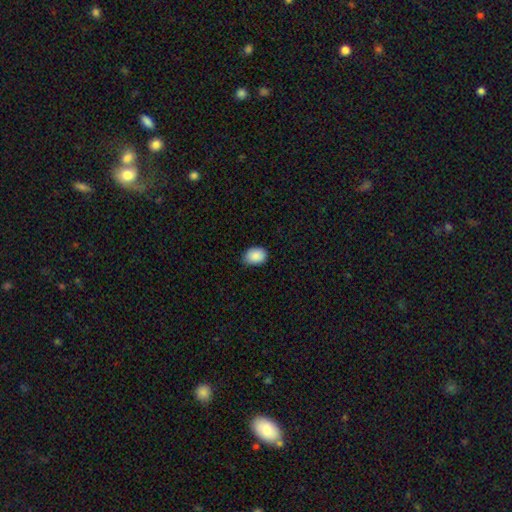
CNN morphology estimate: The model was most divided on "how rounded": in between: 76%, round: 23%, cigar-shaped: 1%. More confident: smooth or featured — smooth (90%); merging — none (78%).